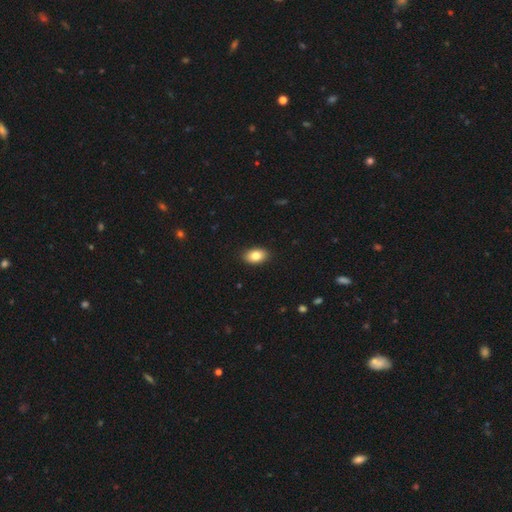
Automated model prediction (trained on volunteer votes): smooth_or_featured: smooth (p=0.84) [alt: featured or disk p=0.09]
how_rounded: in between (p=0.88) [alt: round p=0.10]
merging: none (p=0.90) [alt: minor disturbance p=0.07]